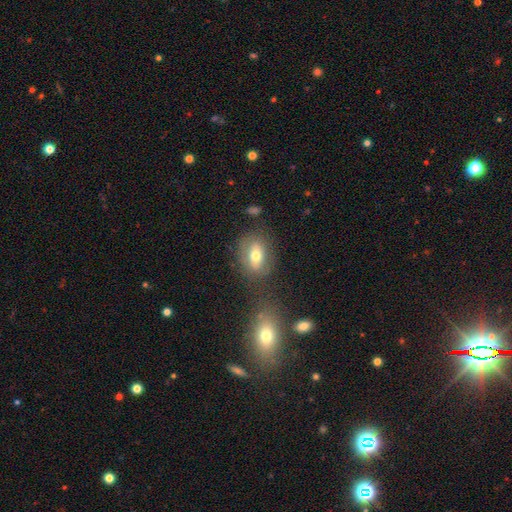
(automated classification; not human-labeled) This is possibly a smooth galaxy (59%). How rounded: likely in between (76%). Merging: likely none (69%).